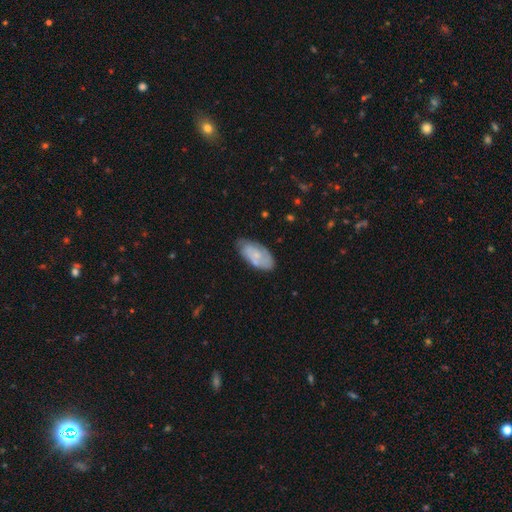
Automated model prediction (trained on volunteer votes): This appears to be a smooth galaxy with no disk features (48%). Merging: none (64%).